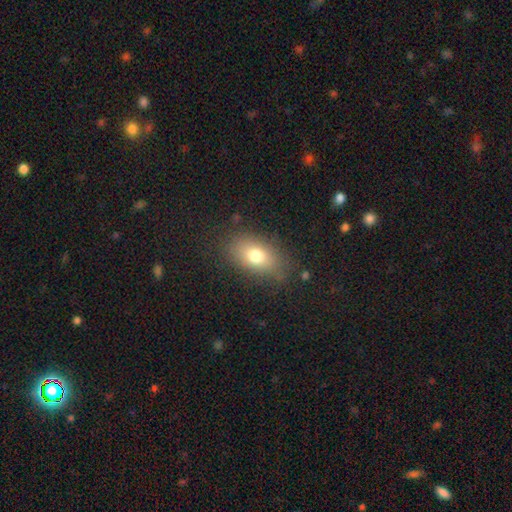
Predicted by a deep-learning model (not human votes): Smooth or featured? Predicted: smooth (p=0.75). How rounded? Predicted: in between (p=0.84). Merging? Predicted: none (p=0.79).